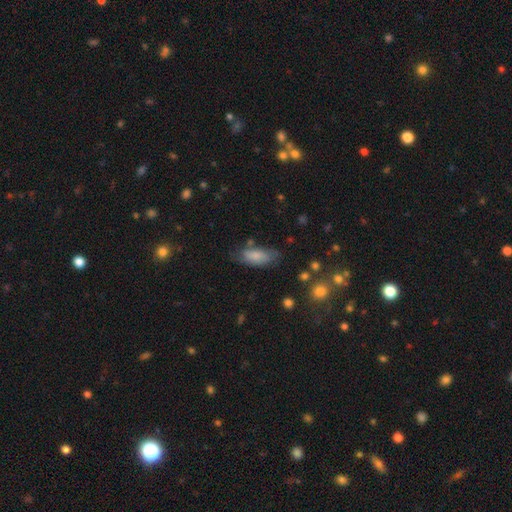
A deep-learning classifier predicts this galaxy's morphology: Q: Smooth or featured?
A: smooth (76%); runner-up: featured or disk (17%)
Q: How rounded?
A: in between (82%); runner-up: cigar-shaped (15%)
Q: Merging?
A: none (59%); runner-up: minor disturbance (27%)